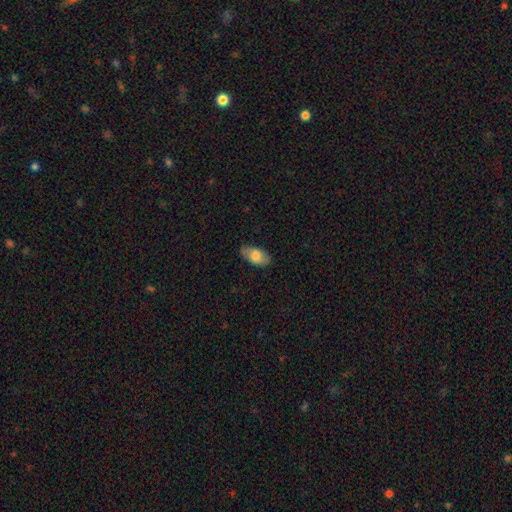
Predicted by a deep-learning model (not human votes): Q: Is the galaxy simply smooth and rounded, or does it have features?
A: smooth — 75%.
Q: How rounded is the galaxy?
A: in between — 93%.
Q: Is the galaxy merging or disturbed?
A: none — 81%.